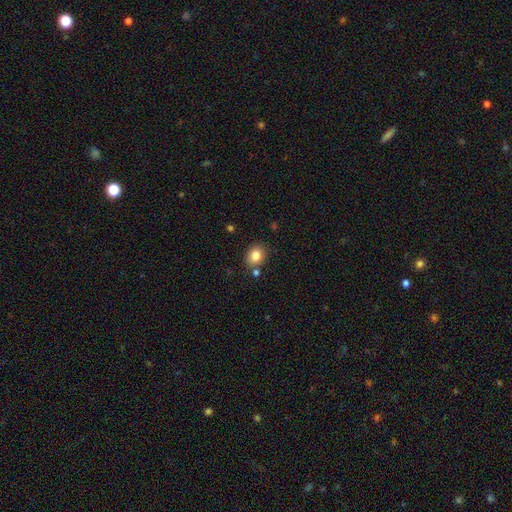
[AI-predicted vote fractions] The model was most divided on "how rounded": round: 53%, in between: 46%, cigar-shaped: 1%. More confident: smooth or featured — smooth (83%); merging — none (79%).